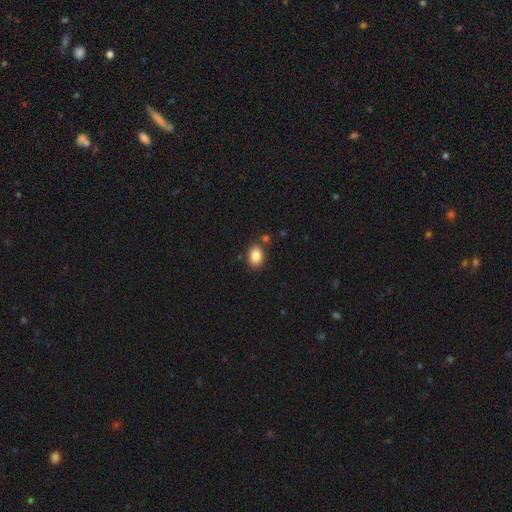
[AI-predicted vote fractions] Smooth or featured? smooth (87%)
How rounded? in between (76%)
Merging? none (79%)